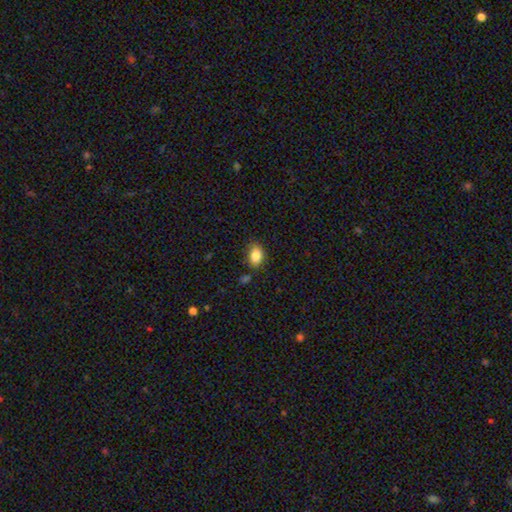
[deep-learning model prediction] A smooth galaxy with no disk features (85%) that is in between round and cigar-shaped (77%).

Vote fractions:
- Smooth or featured? smooth: 85% / star or artifact: 9% / featured or disk: 6%
- How rounded? in between: 77% / round: 21% / cigar-shaped: 1%
- Merging? none: 76% / minor disturbance: 16% / merger: 4% / major disturbance: 3%